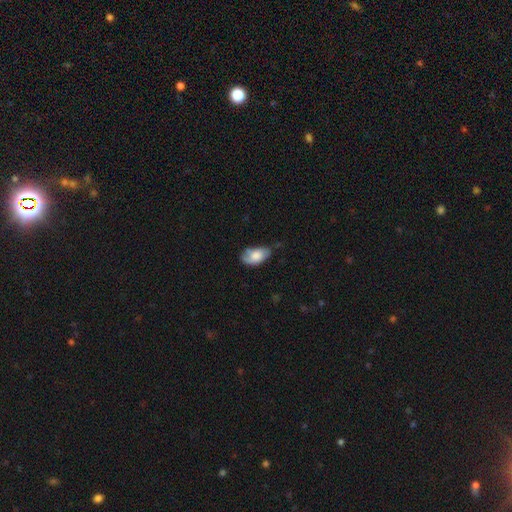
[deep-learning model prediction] smooth 68%, featured or disk 25%, star or artifact 7%. Down the decision tree: how rounded — in between (93%); merging — none (48%).